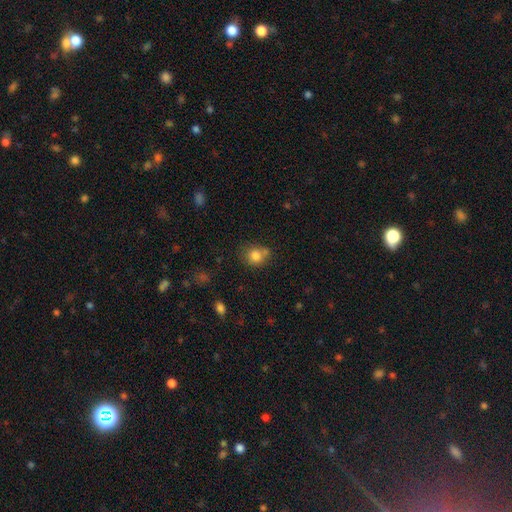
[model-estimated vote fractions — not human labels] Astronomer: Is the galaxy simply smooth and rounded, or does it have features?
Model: smooth — 81%.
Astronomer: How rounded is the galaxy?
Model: round — 72%.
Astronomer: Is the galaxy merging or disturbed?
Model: none — 59%.